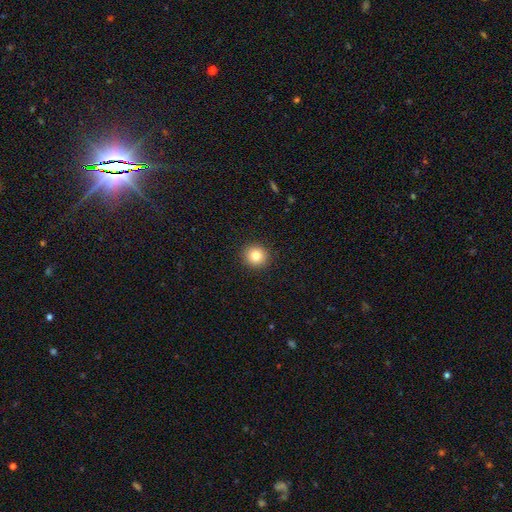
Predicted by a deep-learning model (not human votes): smooth 81%, star or artifact 11%, featured or disk 8%. Down the decision tree: how rounded — round (93%); merging — none (93%).